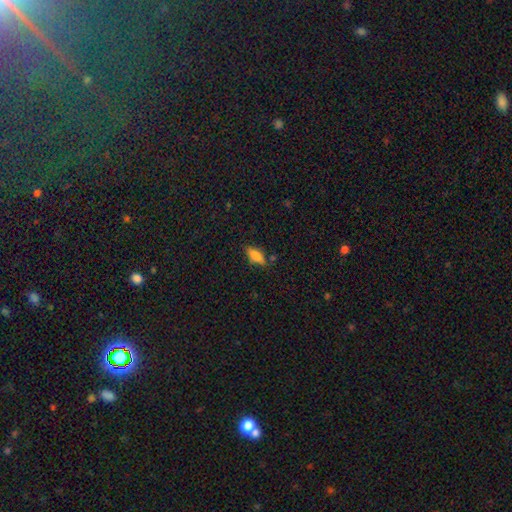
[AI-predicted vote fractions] Smooth or featured? Predicted: smooth (p=0.76). How rounded? Predicted: in between (p=0.73). Merging? Predicted: none (p=0.77).